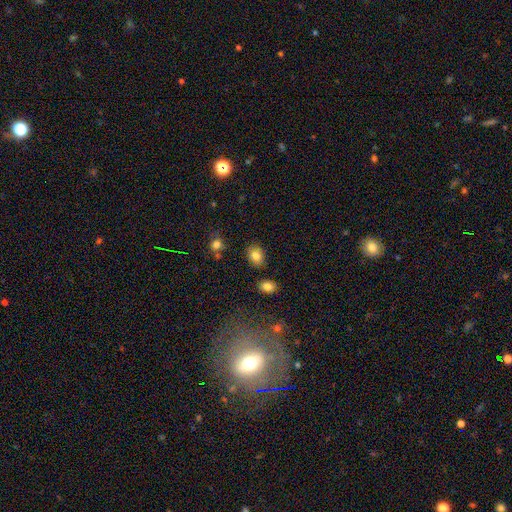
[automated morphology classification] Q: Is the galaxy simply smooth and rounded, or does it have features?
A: smooth — 82%.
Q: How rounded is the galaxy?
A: in between — 55%.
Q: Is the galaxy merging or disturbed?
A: none — 83%.